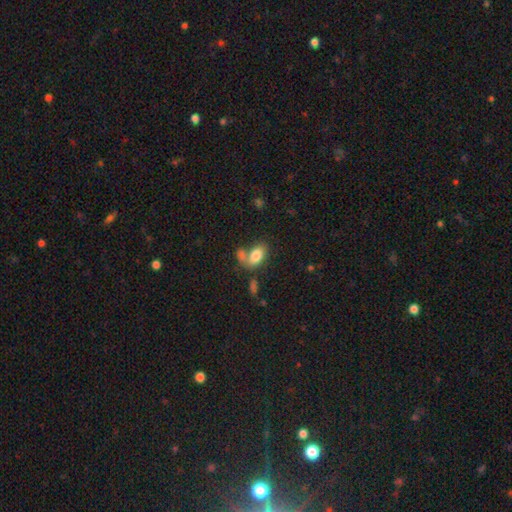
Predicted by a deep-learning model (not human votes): Morphology: type=smooth (80%); roundness=in between (89%); merging=none (40%, tied with merger).